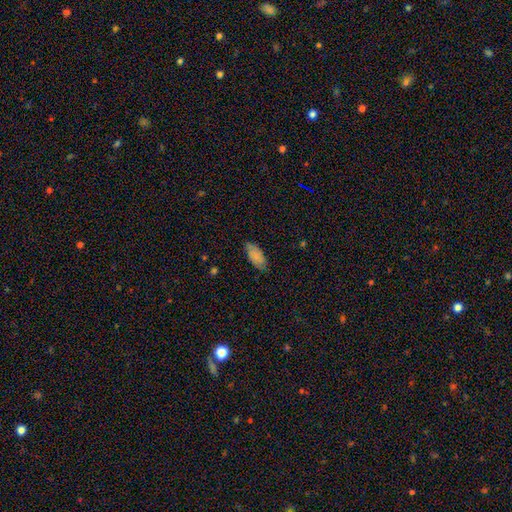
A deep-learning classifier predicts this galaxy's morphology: type=smooth (82%); roundness=in between (89%); merging=none (77%).